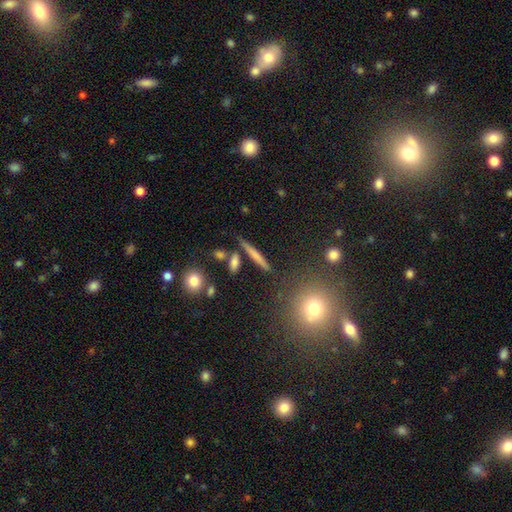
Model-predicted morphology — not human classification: Smooth or featured: smooth — 61% (featured or disk — 30%)
How rounded: cigar-shaped — 86% (in between — 9%)
Merging: none — 79% (minor disturbance — 9%)